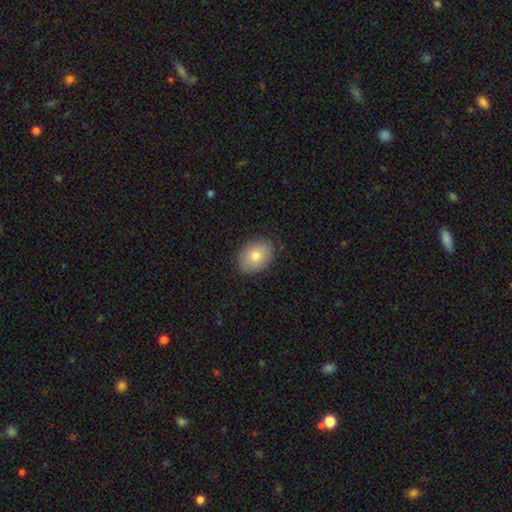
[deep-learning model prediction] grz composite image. It shows a smooth galaxy with no disk features (78%) that is in between round and cigar-shaped (72%). Merging: none (87%).